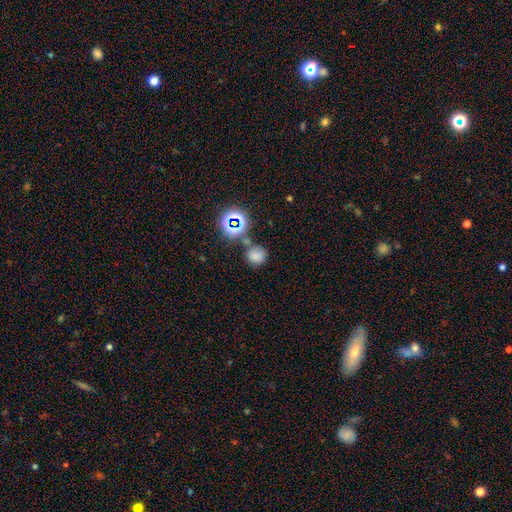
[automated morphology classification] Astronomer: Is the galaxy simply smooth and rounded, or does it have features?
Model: smooth — 71%.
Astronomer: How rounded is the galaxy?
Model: round — 82%.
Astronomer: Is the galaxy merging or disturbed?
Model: none — 66%.